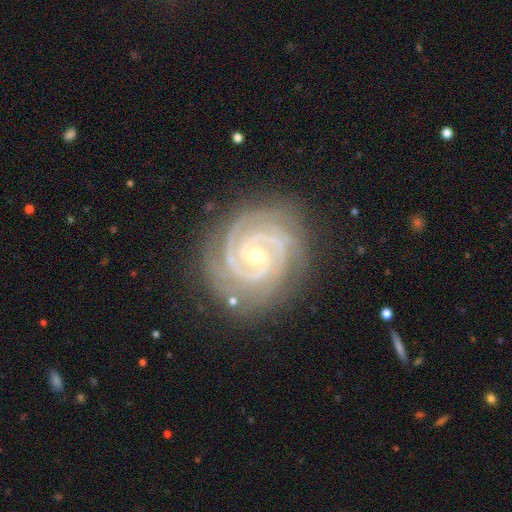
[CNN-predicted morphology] featured or disk 93%, star or artifact 5%, smooth 2%. Down the decision tree: edge-on disk — no (98%); bar — no (54%); spiral arms — yes (99%); spiral arm count — 2 (41%); spiral winding — tight (84%); bulge size — small (66%); merging — none (82%).